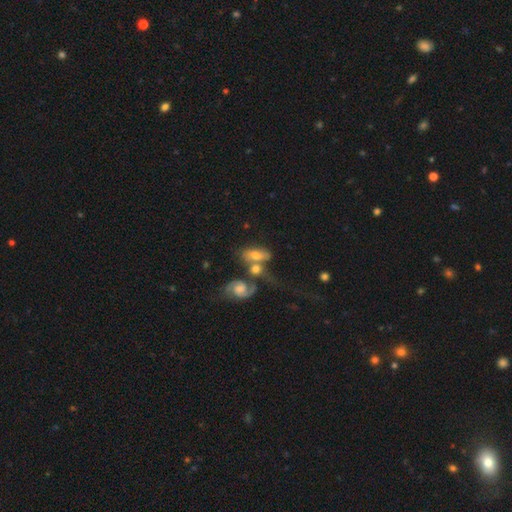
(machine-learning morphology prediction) Smooth or featured: featured or disk — 46% (smooth — 45%)
Merging: merger — 43% (none — 33%)